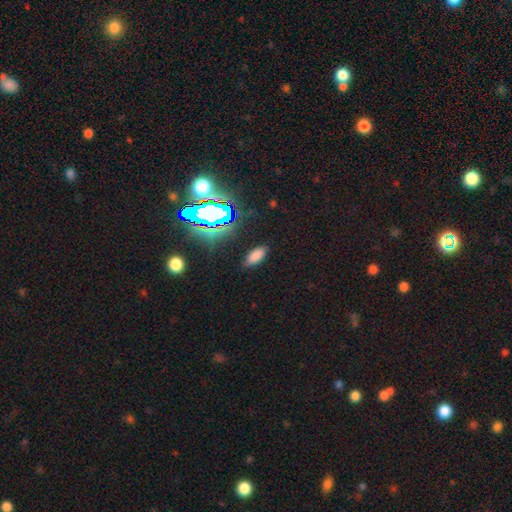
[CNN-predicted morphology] This is likely a smooth galaxy (72%). How rounded: clearly in between (88%). Merging: clearly none (87%).